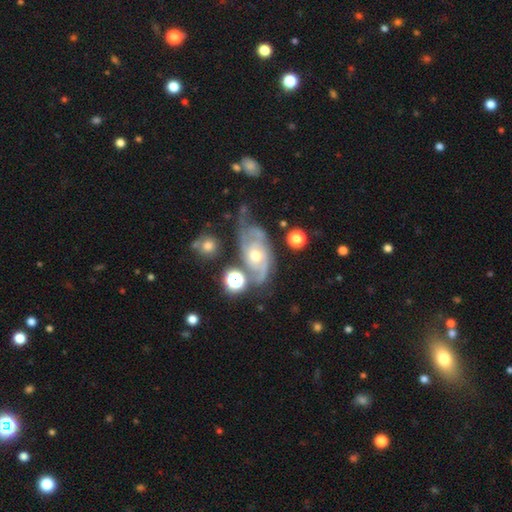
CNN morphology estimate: The model was most divided on "spiral winding": tight: 52%, medium: 36%, loose: 12%. Remaining: edge-on disk — no (94%); spiral arms — yes (94%); smooth or featured — featured or disk (84%); bar — no (72%); bulge size — moderate (66%); spiral arm count — 2 (51%); merging — none (49%).